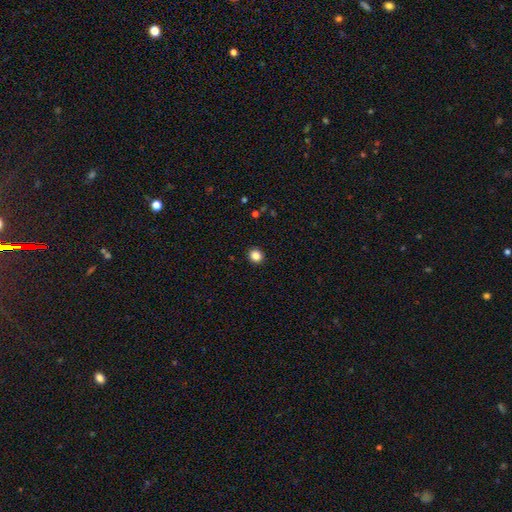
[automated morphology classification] This appears to be a smooth galaxy with no disk features (85%) that is round (88%). Merging: none (93%).